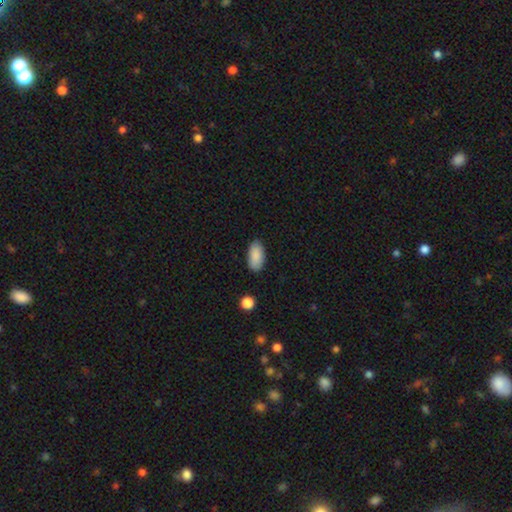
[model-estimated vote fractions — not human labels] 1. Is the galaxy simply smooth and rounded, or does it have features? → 89% smooth, 7% star or artifact, 4% featured or disk.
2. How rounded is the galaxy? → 93% in between, 5% cigar-shaped, 2% round.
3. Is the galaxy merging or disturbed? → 86% none, 10% minor disturbance, 2% major disturbance, 1% merger.